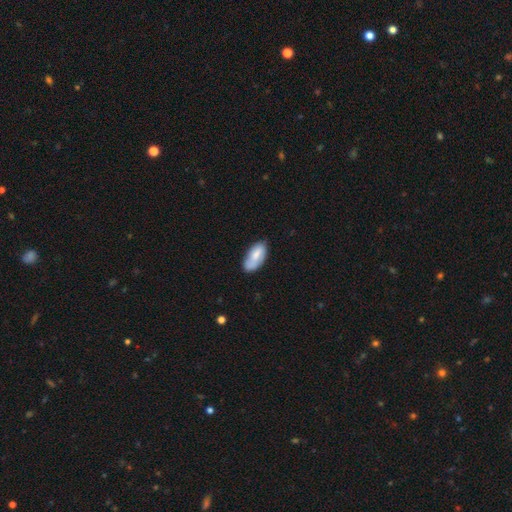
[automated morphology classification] Q: Smooth or featured?
A: smooth (74%); runner-up: featured or disk (20%)
Q: How rounded?
A: in between (91%); runner-up: cigar-shaped (6%)
Q: Merging?
A: none (61%); runner-up: minor disturbance (29%)